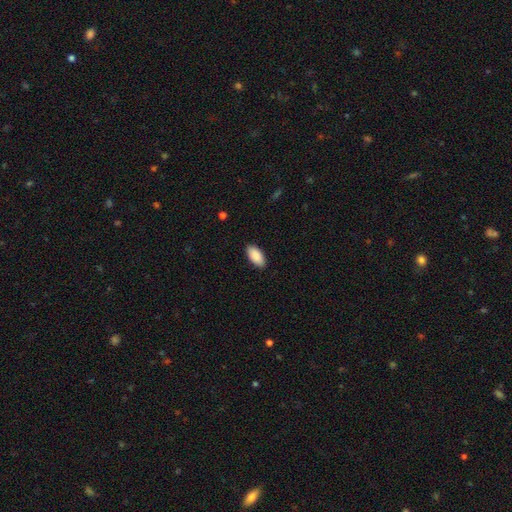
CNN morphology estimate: smooth 90%, star or artifact 6%, featured or disk 4%. Down the decision tree: how rounded — in between (94%); merging — none (88%).